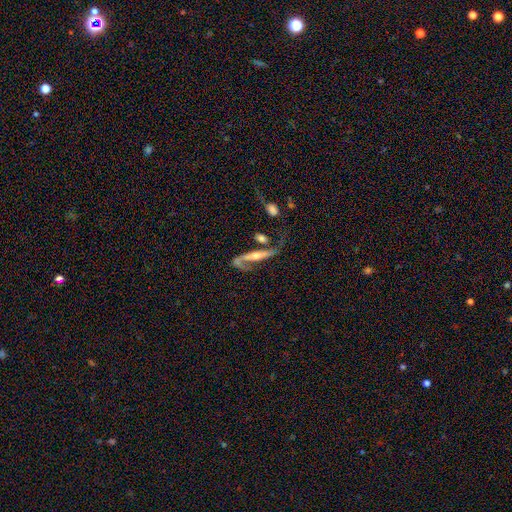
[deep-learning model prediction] This is likely a featured or disk galaxy (74%). It is possibly not viewed edge-on (59%). Merging: marginally none (35%).